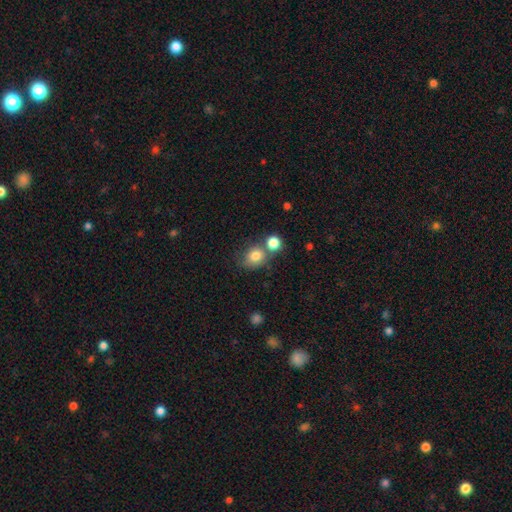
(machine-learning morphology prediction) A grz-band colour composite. It shows a smooth galaxy with no disk features (80%) that is round (67%). Merging: none (53%).